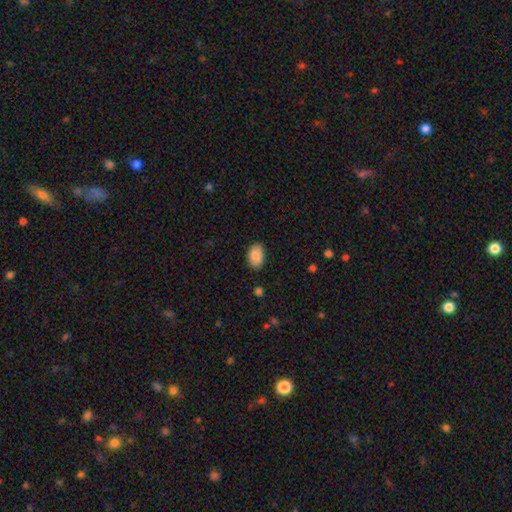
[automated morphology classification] Smooth or featured?
  - smooth: 87% *
  - star or artifact: 7%
  - featured or disk: 6%
How rounded?
  - in between: 90% *
  - round: 9%
  - cigar-shaped: 1%
Merging?
  - none: 87% *
  - minor disturbance: 10%
  - major disturbance: 2%
  - merger: 1%